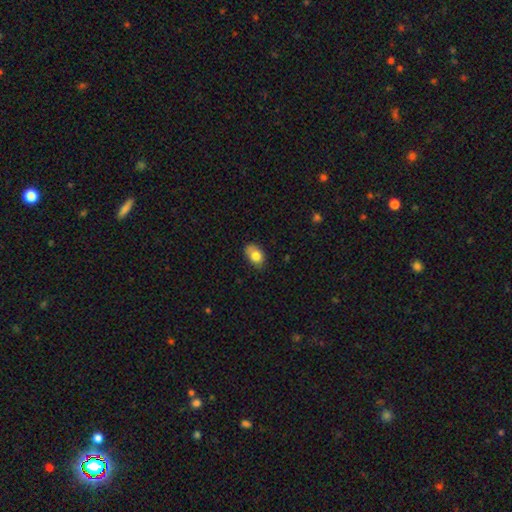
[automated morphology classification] smooth_or_featured: smooth (p=0.81) [alt: featured or disk p=0.11]
how_rounded: in between (p=0.79) [alt: round p=0.19]
merging: none (p=0.64) [alt: minor disturbance p=0.28]